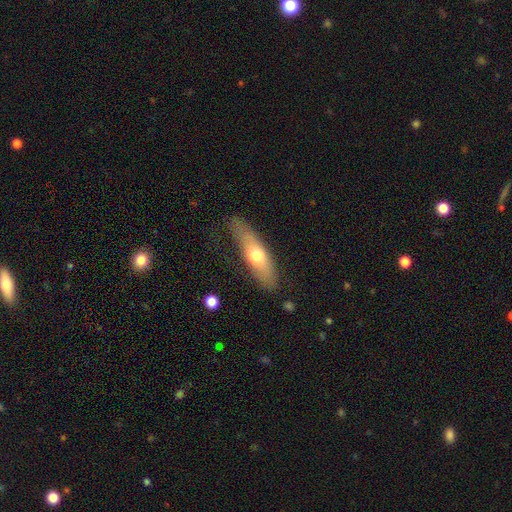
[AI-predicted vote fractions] smooth_or_featured: smooth (p=0.58) [alt: featured or disk p=0.36]
how_rounded: cigar-shaped (p=0.55) [alt: in between p=0.43]
merging: none (p=0.70) [alt: minor disturbance p=0.20]